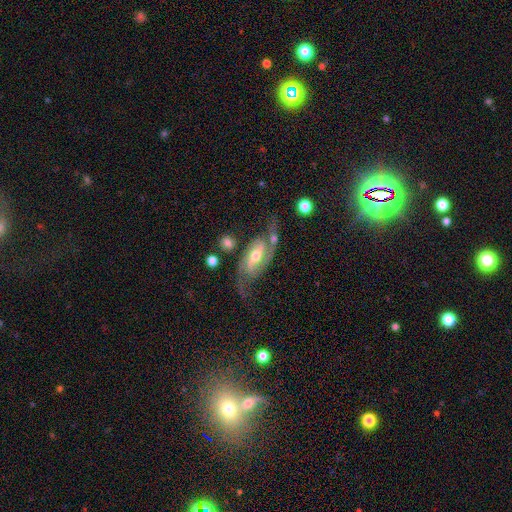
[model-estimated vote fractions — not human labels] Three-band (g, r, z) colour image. It shows a featured or disk galaxy (87%) with a weak bar (42%), 2 (90%) medium (48%) spiral arms (96%) and a moderate central bulge (66%). Merging: none (60%).